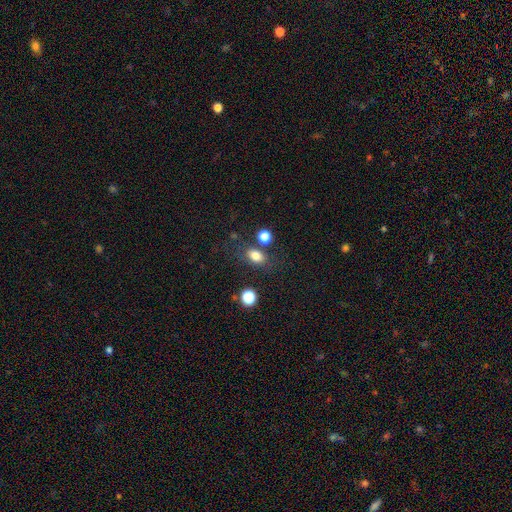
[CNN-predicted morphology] The model was most divided on "how rounded": in between: 74%, round: 24%, cigar-shaped: 2%. More confident: smooth or featured — smooth (80%); merging — none (70%).